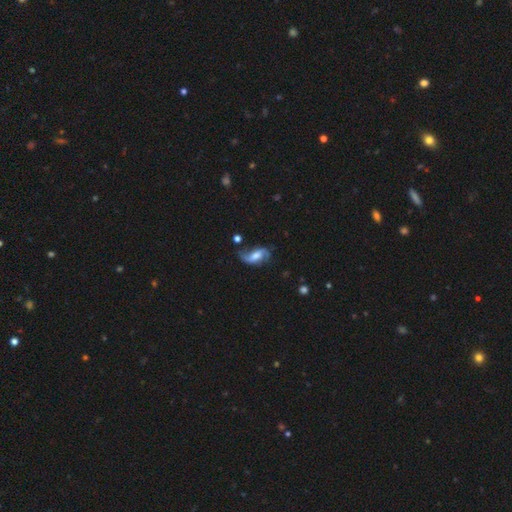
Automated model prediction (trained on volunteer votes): A featured or disk galaxy (75%) with a weak bar (44%), 2 (85%) loose (61%) spiral arms (93%) and a moderate central bulge (47%).

Vote fractions:
- Smooth or featured? featured or disk: 75% / smooth: 18% / star or artifact: 7%
- Edge-on disk? no: 95% / yes: 5%
- Bar? weak: 44% / no: 32% / strong: 24%
- Spiral arms? yes: 93% / no: 7%
- Spiral winding? loose: 61% / medium: 30% / tight: 9%
- Spiral arm count? 2: 85% / can't tell: 5% / 1: 5% / 3: 2% / 4: 1% / more than 4: 1%
- Bulge size? moderate: 47% / small: 23% / large: 18% / none: 10% / dominant: 2%
- Merging? none: 56% / minor disturbance: 23% / major disturbance: 16% / merger: 6%